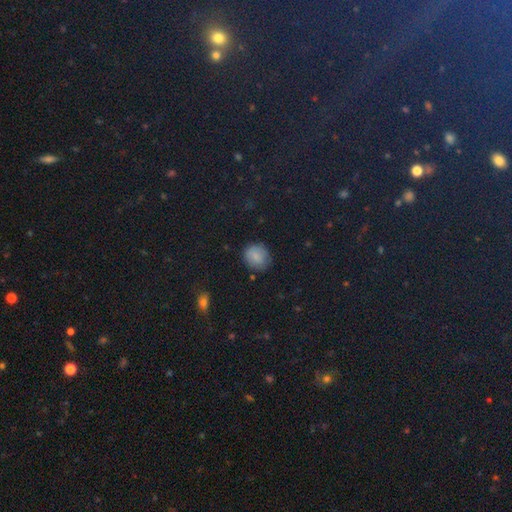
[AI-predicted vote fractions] Smooth or featured? Predicted: smooth (p=0.74). How rounded? Predicted: round (p=0.82). Merging? Predicted: none (p=0.79).